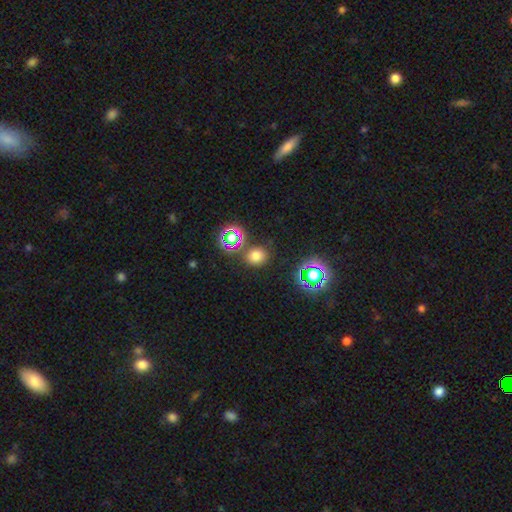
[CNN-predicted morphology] A smooth galaxy with no disk features (68%) that is round (72%).

Vote fractions:
- Smooth or featured? smooth: 68% / star or artifact: 25% / featured or disk: 7%
- How rounded? round: 72% / in between: 27% / cigar-shaped: 1%
- Merging? none: 79% / minor disturbance: 10% / merger: 8% / major disturbance: 3%